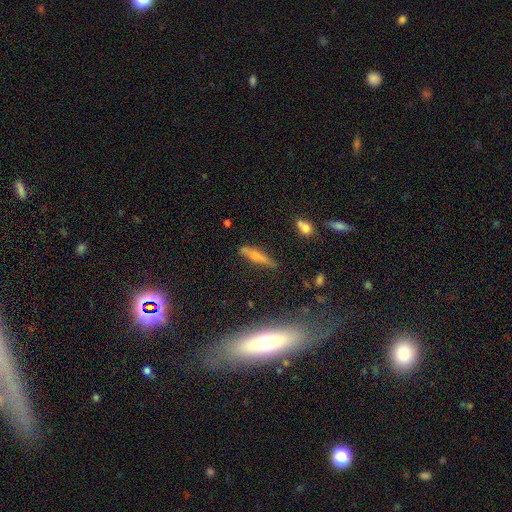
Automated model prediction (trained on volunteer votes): A featured or disk galaxy (48%).

Vote fractions:
- Smooth or featured? featured or disk: 48% / smooth: 40% / star or artifact: 11%
- Merging? none: 78% / minor disturbance: 14% / major disturbance: 4% / merger: 3%